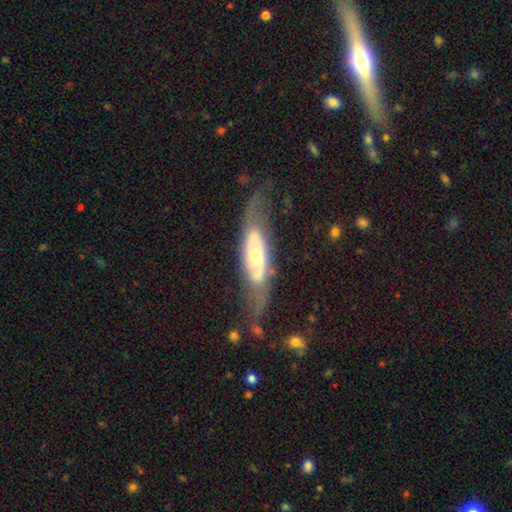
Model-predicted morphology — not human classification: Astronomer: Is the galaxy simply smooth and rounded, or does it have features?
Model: featured or disk — 70%.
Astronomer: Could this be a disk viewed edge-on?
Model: no — 75%.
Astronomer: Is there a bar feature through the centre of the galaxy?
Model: no — 73%.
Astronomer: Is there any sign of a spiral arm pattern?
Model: yes — 55% (runner-up: no, 45%).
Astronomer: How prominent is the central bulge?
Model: moderate — 55% (runner-up: small, 36%).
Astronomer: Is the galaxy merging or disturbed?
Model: none — 56%.